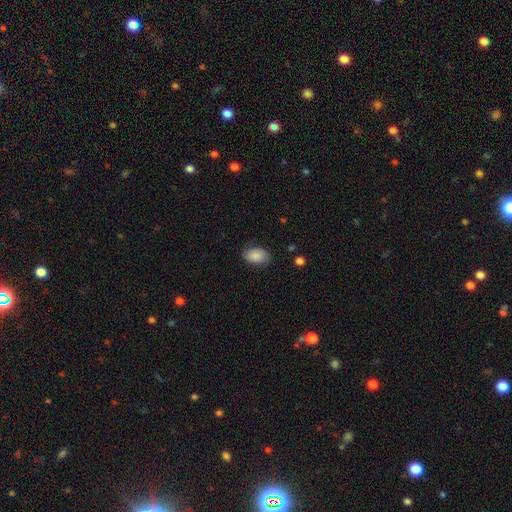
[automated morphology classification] This is clearly a smooth galaxy (86%). How rounded: clearly in between (88%). Merging: likely none (79%).